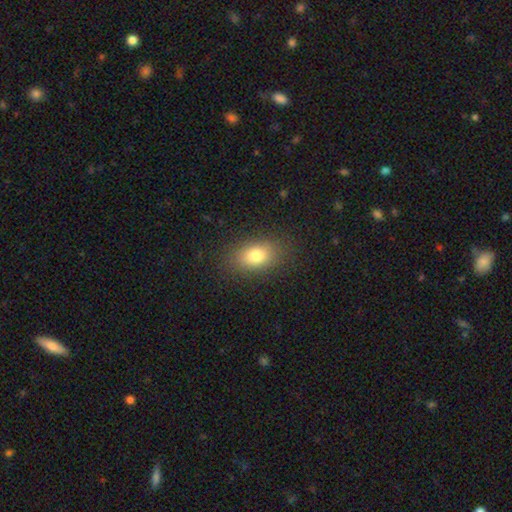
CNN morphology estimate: smooth 80%, star or artifact 10%, featured or disk 10%. Down the decision tree: how rounded — in between (81%); merging — none (85%).